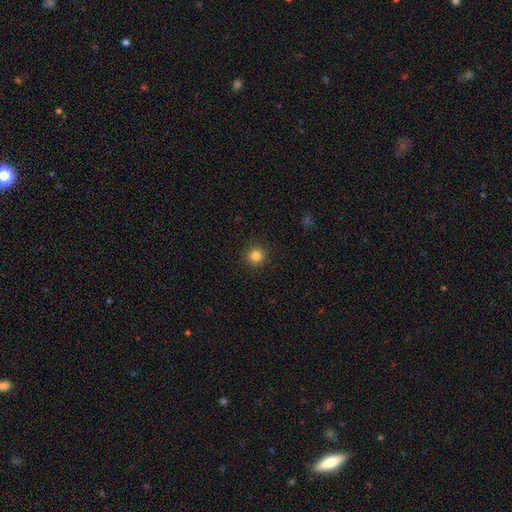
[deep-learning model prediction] Overall: smooth (84%). How rounded: round (94%). Merging: none (92%).